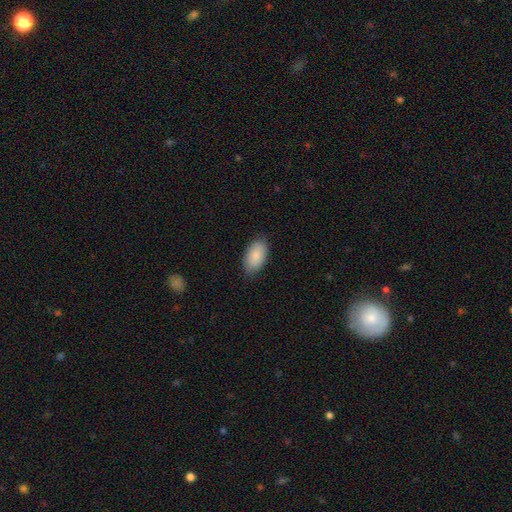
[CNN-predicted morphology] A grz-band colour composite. It shows a smooth galaxy with no disk features (88%) that is in between round and cigar-shaped (95%). Merging: none (83%).